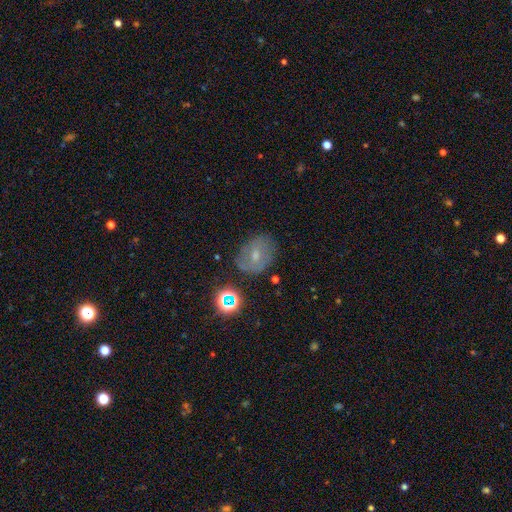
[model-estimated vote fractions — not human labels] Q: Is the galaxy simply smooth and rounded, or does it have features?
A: smooth — 48%.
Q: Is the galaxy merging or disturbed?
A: none — 68%.